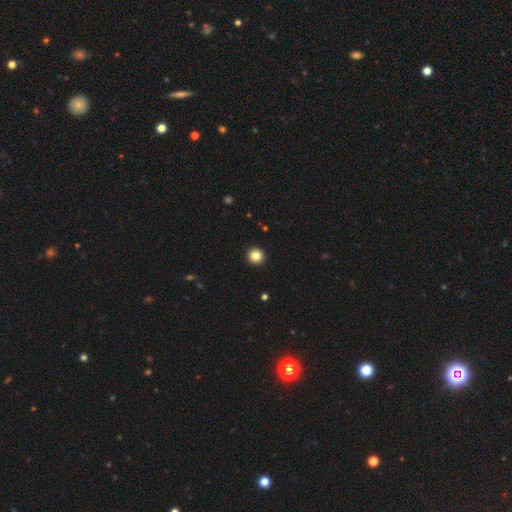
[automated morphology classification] A smooth galaxy with no disk features (85%) that is round (95%). Merging: none (94%).